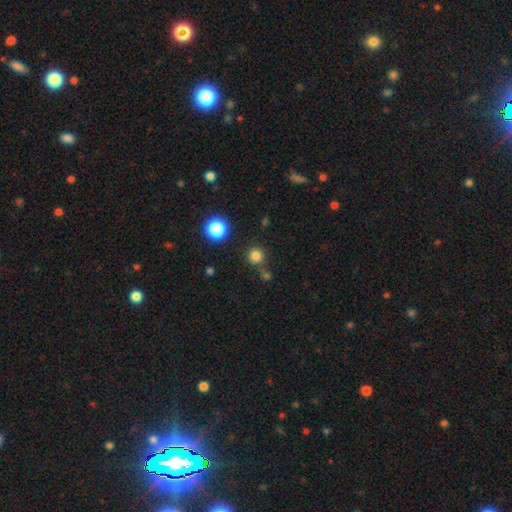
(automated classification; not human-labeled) Smooth or featured: smooth — 79% (star or artifact — 17%)
How rounded: round — 94% (in between — 5%)
Merging: none — 77% (merger — 10%)